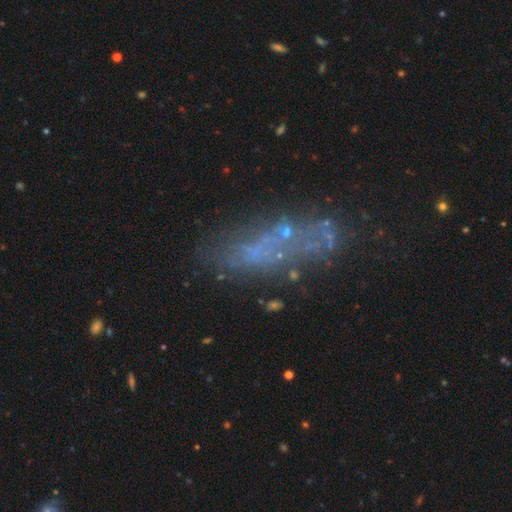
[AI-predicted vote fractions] Morphology: type=featured or disk (48%); merging=none (49%).